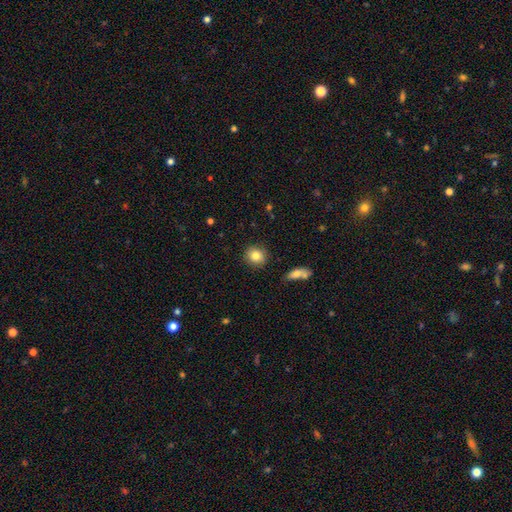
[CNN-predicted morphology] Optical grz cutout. It shows a smooth galaxy with no disk features (83%) that is round (85%). Merging: none (89%).